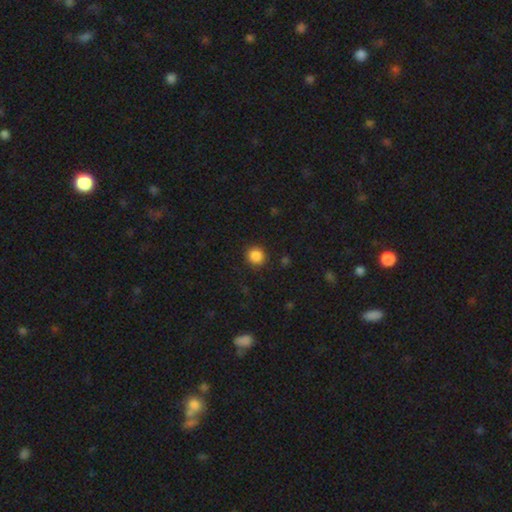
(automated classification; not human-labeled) The model was most divided on "smooth or featured": smooth: 87%, star or artifact: 11%, featured or disk: 3%. More confident: how rounded — round (91%); merging — none (90%).